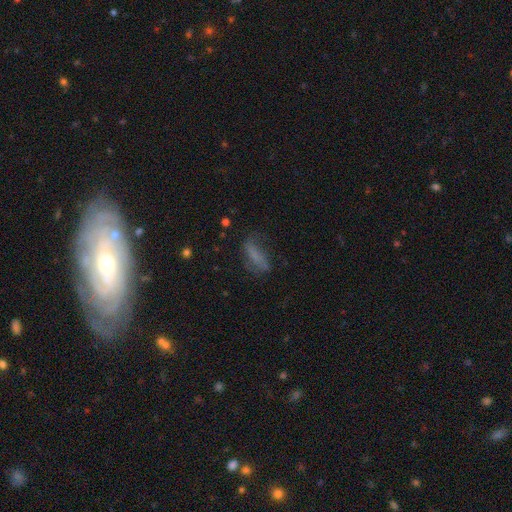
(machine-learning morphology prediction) This is likely a smooth galaxy (62%). How rounded: possibly in between (49%). Merging: possibly none (53%).